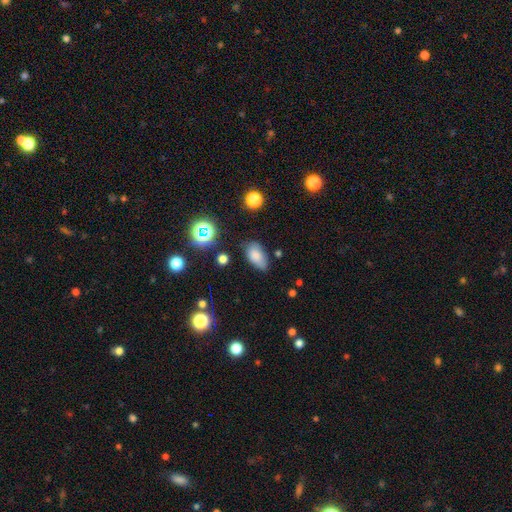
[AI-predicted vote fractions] The model was most divided on "merging": none: 68%, minor disturbance: 24%, major disturbance: 5%, merger: 3%. More confident: how rounded — in between (92%); smooth or featured — smooth (79%).